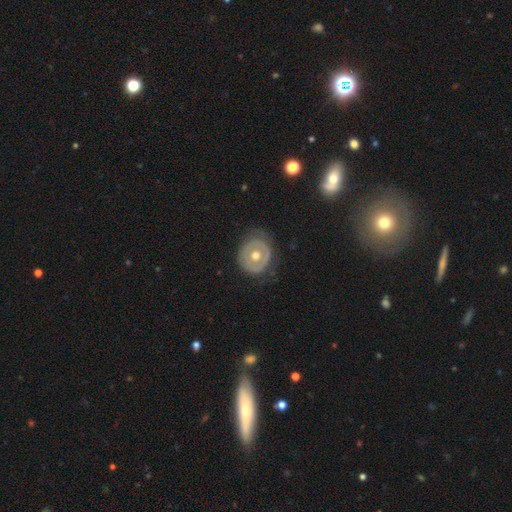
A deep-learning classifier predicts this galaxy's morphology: smooth_or_featured: featured or disk (p=0.54) [alt: smooth p=0.39]
disk_edge_on: no (p=0.96) [alt: yes p=0.04]
bar: no (p=0.88) [alt: weak p=0.09]
has_spiral_arms: no (p=0.82) [alt: yes p=0.18]
bulge_size: moderate (p=0.78) [alt: small p=0.15]
merging: none (p=0.74) [alt: minor disturbance p=0.19]